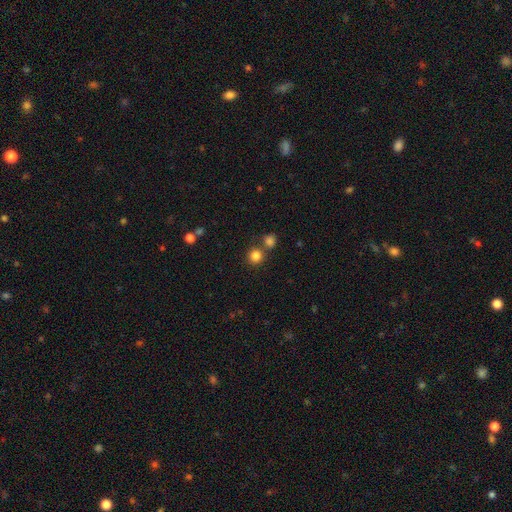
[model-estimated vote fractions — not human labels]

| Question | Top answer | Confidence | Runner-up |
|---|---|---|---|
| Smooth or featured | smooth | 81% | star or artifact (13%) |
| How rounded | round | 92% | in between (7%) |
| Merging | none | 72% | merger (19%) |